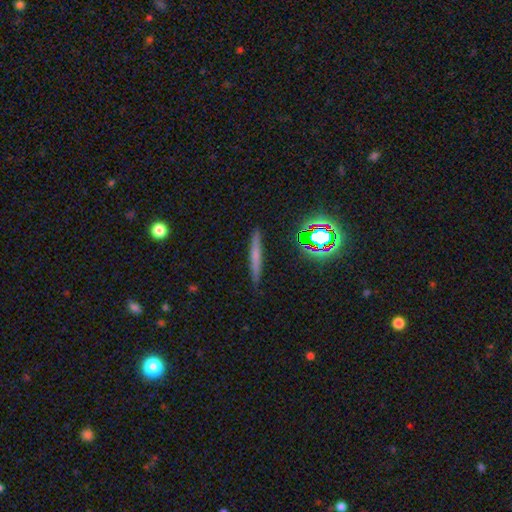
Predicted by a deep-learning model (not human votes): Q: Smooth or featured?
A: smooth (55%); runner-up: featured or disk (31%)
Q: How rounded?
A: cigar-shaped (93%); runner-up: in between (4%)
Q: Merging?
A: none (89%); runner-up: minor disturbance (8%)